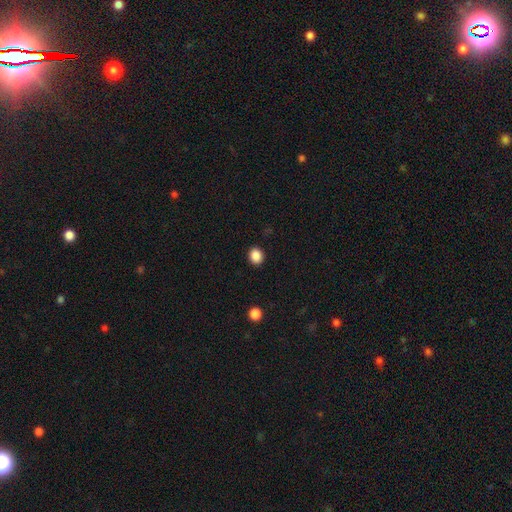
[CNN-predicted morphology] Smooth or featured: smooth — 88% (star or artifact — 10%)
How rounded: round — 61% (in between — 38%)
Merging: none — 91% (minor disturbance — 6%)